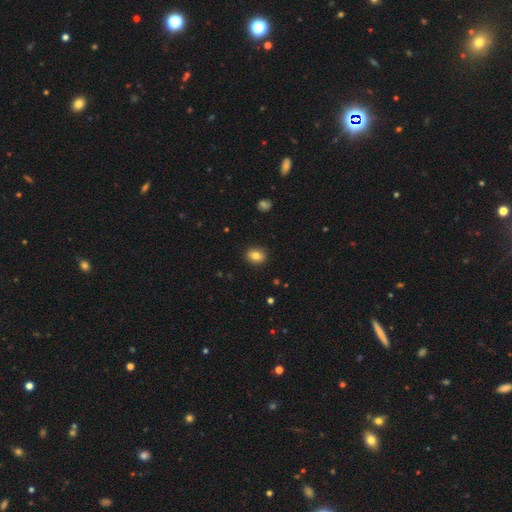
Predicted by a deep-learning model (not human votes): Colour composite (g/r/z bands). It shows a smooth galaxy with no disk features (82%) that is in between round and cigar-shaped (50%). Merging: none (89%).